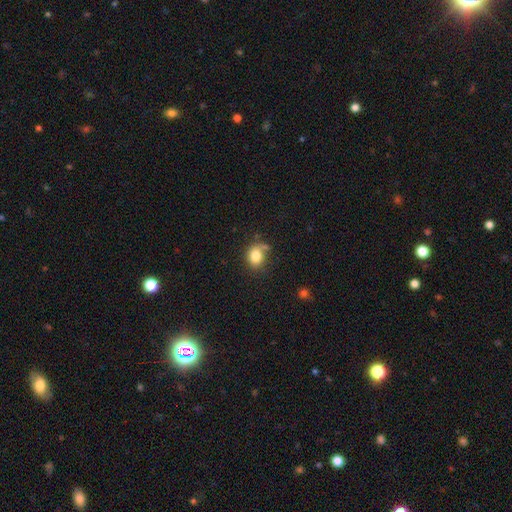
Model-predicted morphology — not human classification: type=smooth (81%); roundness=round (58%); merging=none (59%).